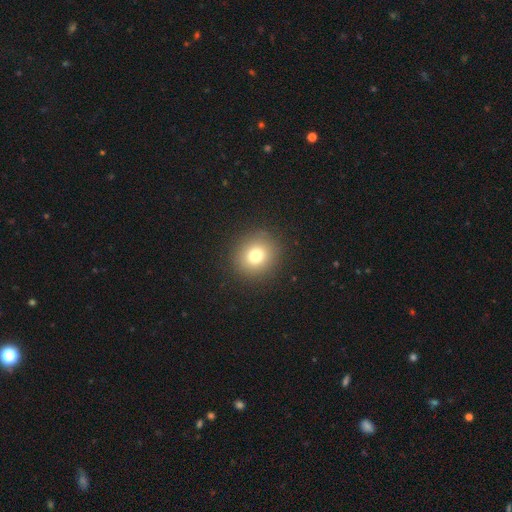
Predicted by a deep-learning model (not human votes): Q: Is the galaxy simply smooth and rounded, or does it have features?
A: smooth — 77%.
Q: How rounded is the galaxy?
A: round — 87%.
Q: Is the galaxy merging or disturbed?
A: none — 90%.